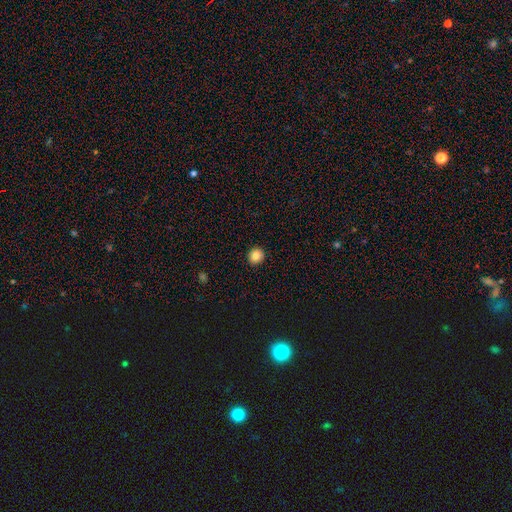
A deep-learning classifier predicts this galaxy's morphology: Smooth or featured? smooth (84%)
How rounded? round (88%)
Merging? none (93%)